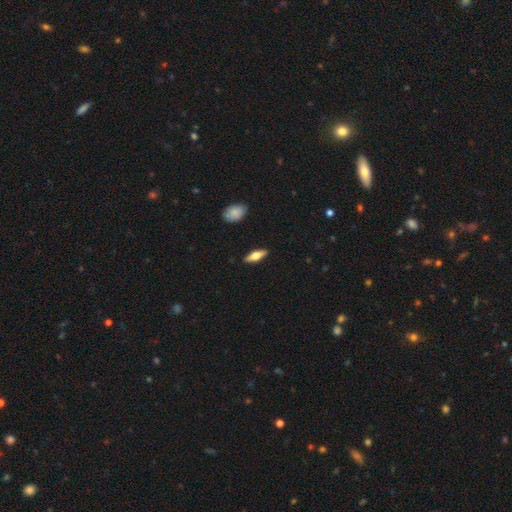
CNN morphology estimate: This is possibly a smooth galaxy (50%). Merging: clearly none (89%).